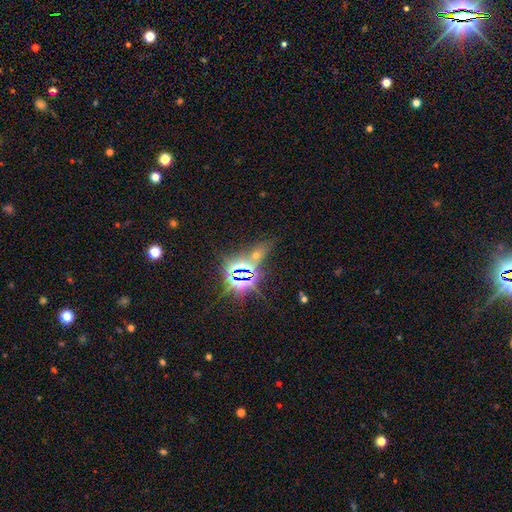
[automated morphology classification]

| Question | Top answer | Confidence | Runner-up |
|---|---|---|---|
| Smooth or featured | star or artifact | 70% | smooth (20%) |